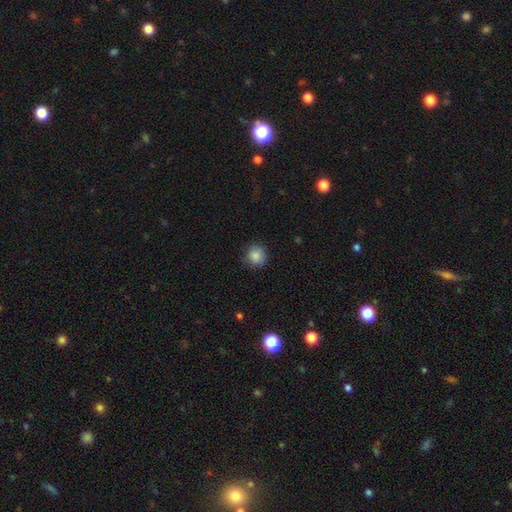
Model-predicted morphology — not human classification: smooth-or-featured: smooth: 85% | star or artifact: 9% | featured or disk: 5%
  how-rounded: round: 92% | in between: 7% | cigar-shaped: 1%
  merging: none: 81% | minor disturbance: 14% | major disturbance: 3% | merger: 1%